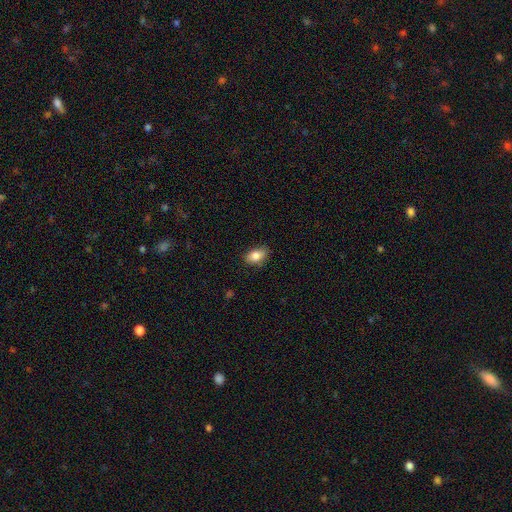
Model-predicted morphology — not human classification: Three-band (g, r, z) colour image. It shows a smooth galaxy with no disk features (83%) that is in between round and cigar-shaped (87%). Merging: none (79%).